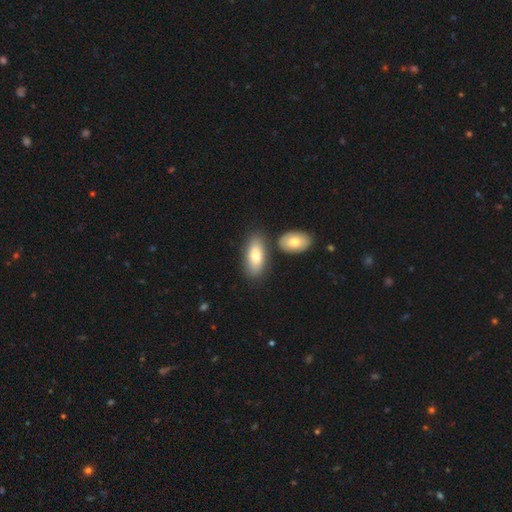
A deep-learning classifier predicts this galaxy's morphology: A smooth galaxy with no disk features (75%) that is in between round and cigar-shaped (88%).

Vote fractions:
- Smooth or featured? smooth: 75% / featured or disk: 18% / star or artifact: 6%
- How rounded? in between: 88% / cigar-shaped: 9% / round: 3%
- Merging? none: 70% / merger: 15% / minor disturbance: 13% / major disturbance: 3%